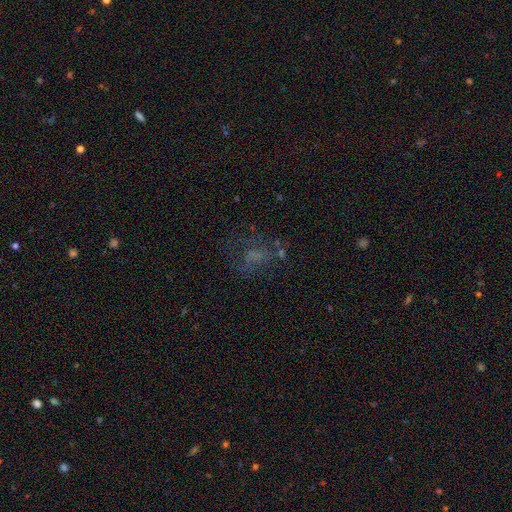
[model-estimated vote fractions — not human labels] Overall: featured or disk (36%; smooth 35%). Merging: none (49%; major disturbance 28%).